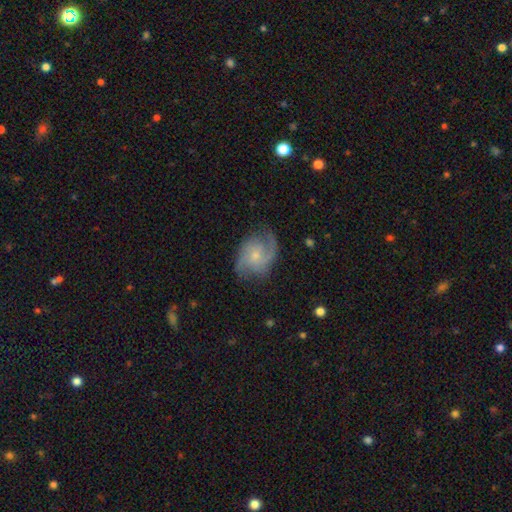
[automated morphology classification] This is likely a featured or disk galaxy (79%). It is clearly not viewed edge-on (97%). Bar: likely no (68%). Spiral arm pattern: clearly yes (95%). Spiral arm count: likely 2 (64%). Spiral winding: possibly medium (49%). Central bulge: likely small (65%). Merging: likely none (69%).